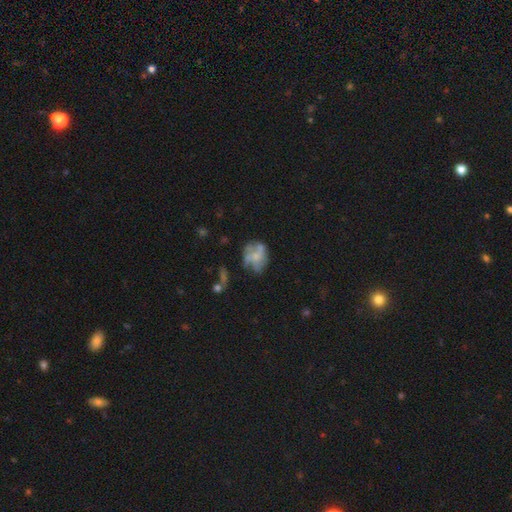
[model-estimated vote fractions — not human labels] This appears to be a featured or disk galaxy (55%) with no bar (85%), no spiral arms (62%) and a small central bulge (50%). Merging: none (46%).